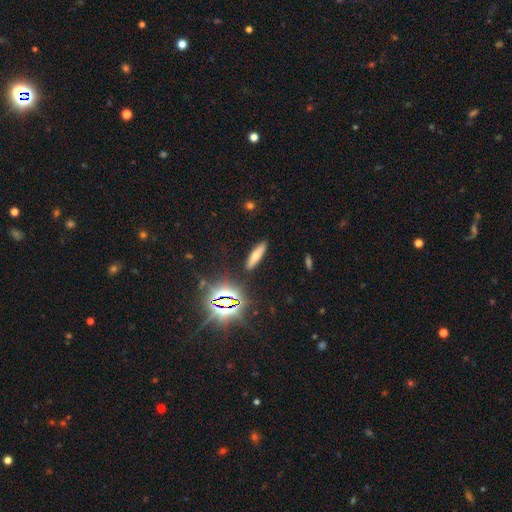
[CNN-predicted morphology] Smooth or featured? Predicted: smooth (p=0.59). How rounded? Predicted: cigar-shaped (p=0.71). Merging? Predicted: none (p=0.89).